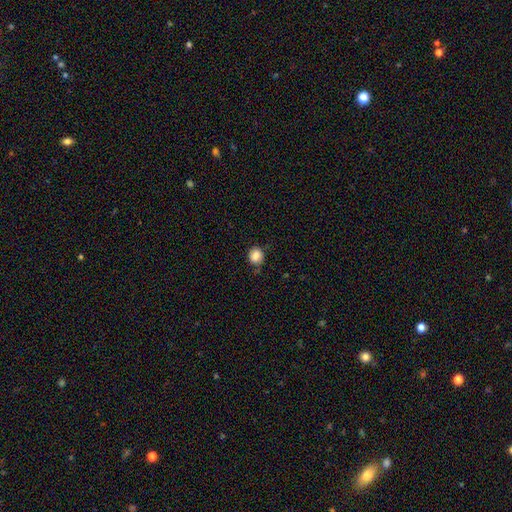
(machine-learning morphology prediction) This appears to be a smooth galaxy with no disk features (84%) that is round (73%). Merging: none (77%).